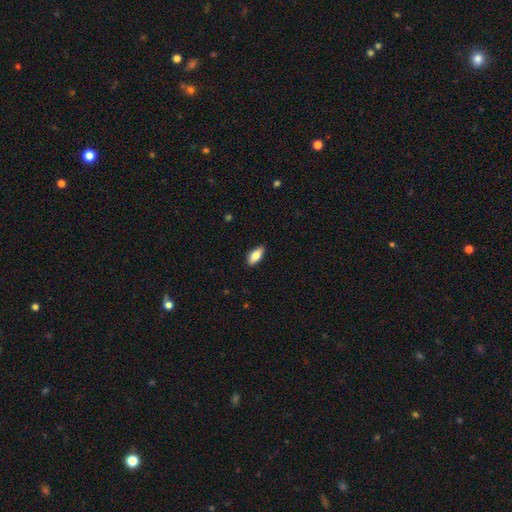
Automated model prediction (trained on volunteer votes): Smooth or featured? smooth (77%)
How rounded? in between (83%)
Merging? none (87%)